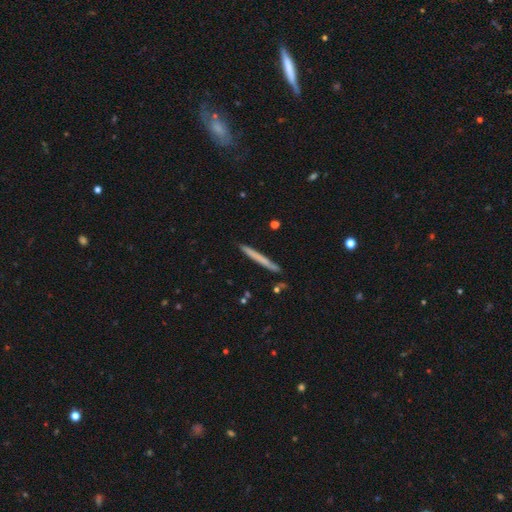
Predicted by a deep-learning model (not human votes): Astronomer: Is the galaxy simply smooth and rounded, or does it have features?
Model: smooth — 62%.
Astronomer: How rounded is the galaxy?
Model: cigar-shaped — 97%.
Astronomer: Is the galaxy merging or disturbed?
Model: none — 89%.